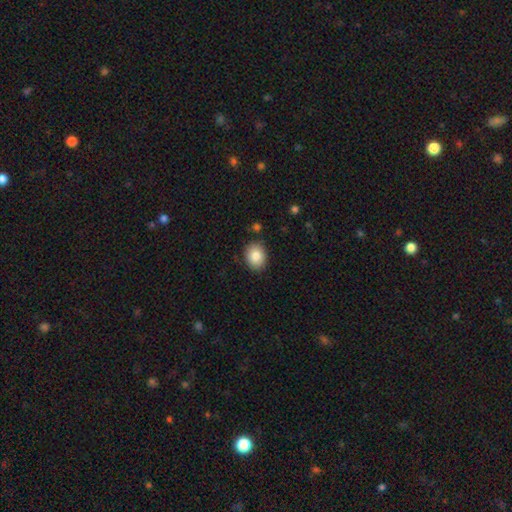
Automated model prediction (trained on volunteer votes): Q: Smooth or featured?
A: smooth (85%); runner-up: star or artifact (8%)
Q: How rounded?
A: in between (54%); runner-up: round (45%)
Q: Merging?
A: none (85%); runner-up: minor disturbance (11%)